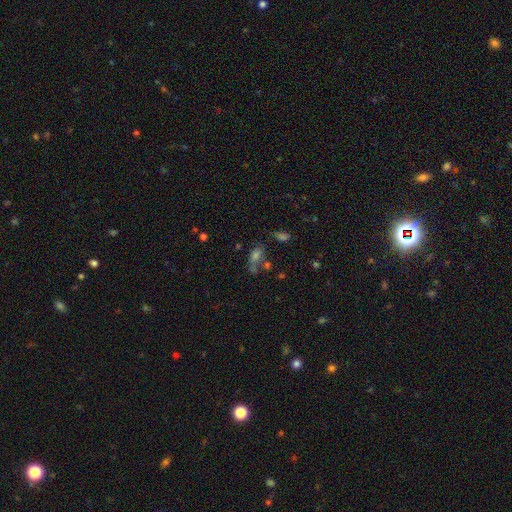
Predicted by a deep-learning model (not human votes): Q: Smooth or featured?
A: smooth (51%); runner-up: star or artifact (27%)
Q: How rounded?
A: in between (77%); runner-up: round (12%)
Q: Merging?
A: none (42%); runner-up: merger (24%)